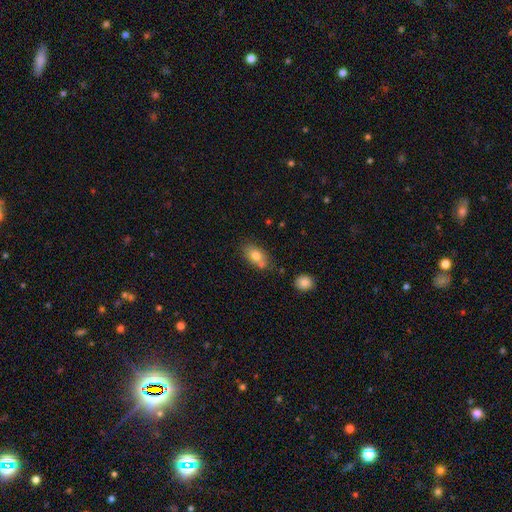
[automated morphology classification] Smooth or featured? Predicted: smooth (p=0.78). How rounded? Predicted: in between (p=0.84). Merging? Predicted: none (p=0.59).